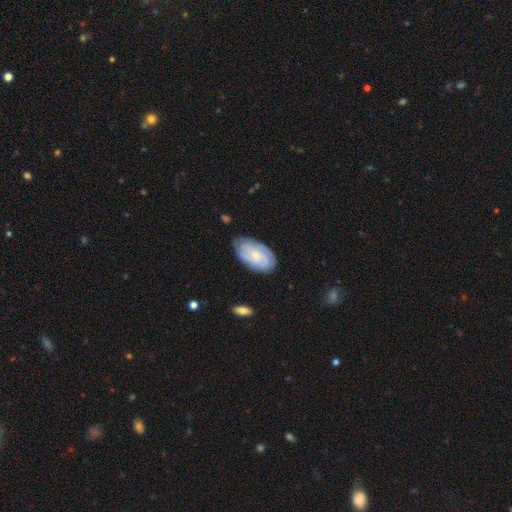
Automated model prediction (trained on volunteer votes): Q: Smooth or featured?
A: featured or disk (73%); runner-up: smooth (22%)
Q: Edge-on disk?
A: no (96%); runner-up: yes (4%)
Q: Bar?
A: no (68%); runner-up: weak (27%)
Q: Spiral arms?
A: yes (94%); runner-up: no (6%)
Q: Spiral winding?
A: tight (68%); runner-up: medium (26%)
Q: Spiral arm count?
A: can't tell (35%); runner-up: 3 (22%)
Q: Bulge size?
A: small (68%); runner-up: moderate (26%)
Q: Merging?
A: none (74%); runner-up: minor disturbance (20%)